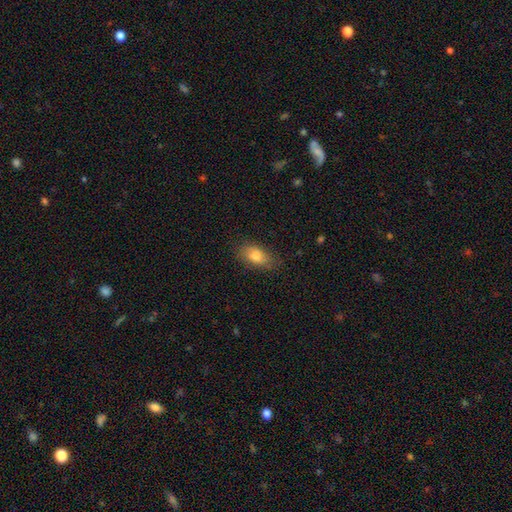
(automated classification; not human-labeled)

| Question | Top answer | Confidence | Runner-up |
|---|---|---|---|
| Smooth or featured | smooth | 79% | featured or disk (13%) |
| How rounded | in between | 86% | cigar-shaped (7%) |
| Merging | none | 77% | minor disturbance (17%) |